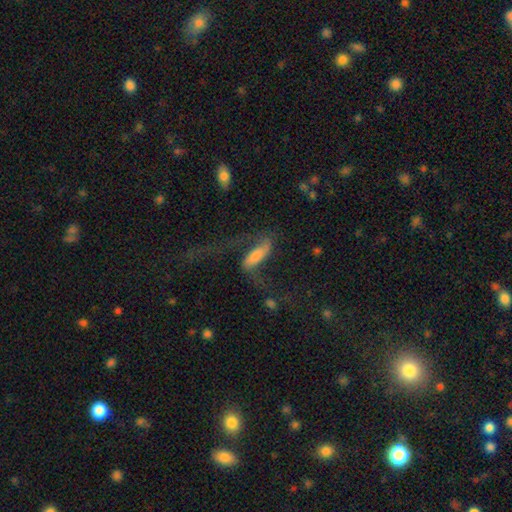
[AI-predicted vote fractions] Smooth or featured: featured or disk — 61% (smooth — 30%)
Edge-on disk: no — 78% (yes — 22%)
Merging: major disturbance — 41% (none — 39%)